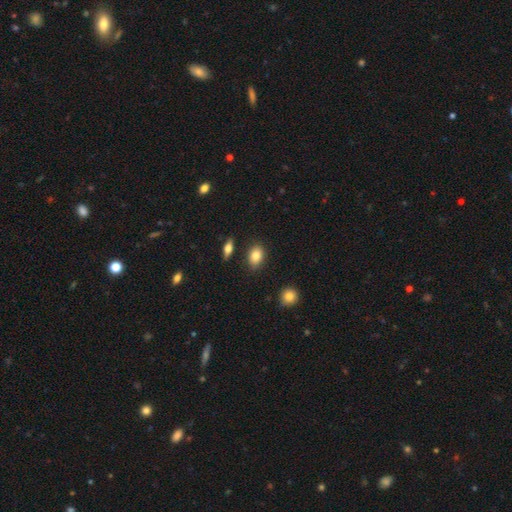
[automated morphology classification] smooth-or-featured: smooth: 83% | featured or disk: 9% | star or artifact: 8%
  how-rounded: in between: 78% | round: 20% | cigar-shaped: 2%
  merging: none: 83% | minor disturbance: 11% | merger: 3% | major disturbance: 2%